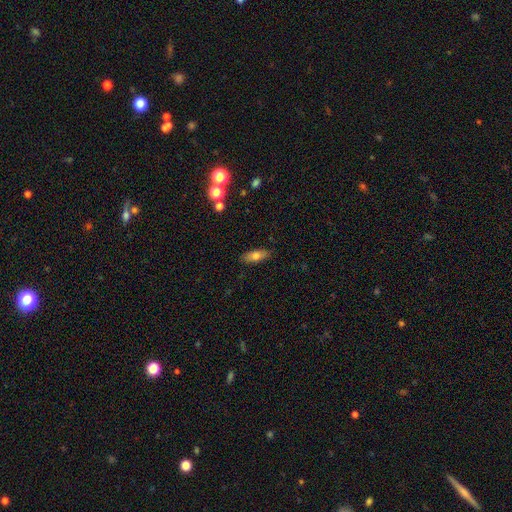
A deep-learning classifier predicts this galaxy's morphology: Smooth or featured: smooth — 72% (featured or disk — 19%)
How rounded: in between — 69% (cigar-shaped — 27%)
Merging: none — 86% (minor disturbance — 10%)